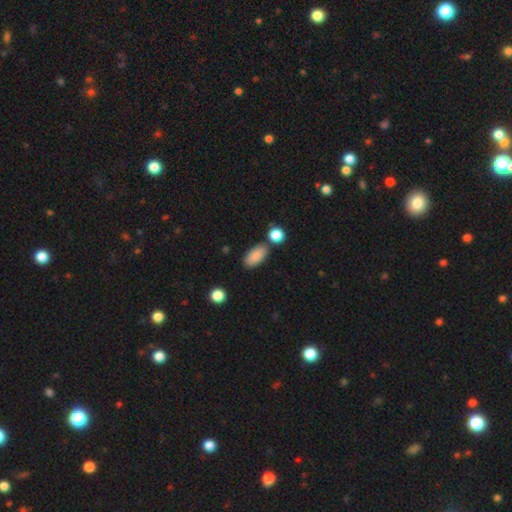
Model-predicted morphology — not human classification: A smooth galaxy with no disk features (86%) that is in between round and cigar-shaped (92%). Merging: none (75%).